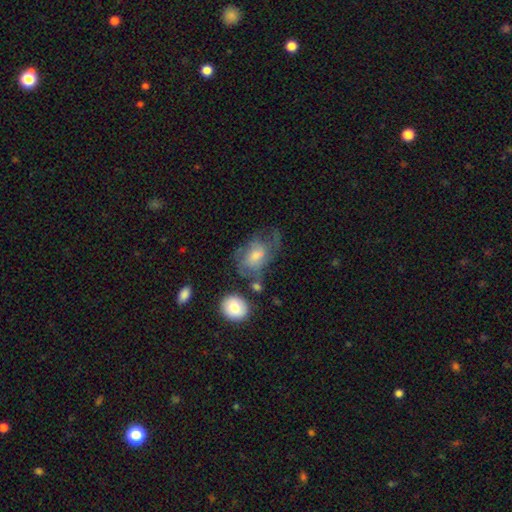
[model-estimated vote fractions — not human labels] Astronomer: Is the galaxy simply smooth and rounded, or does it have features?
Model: featured or disk — 52% (runner-up: smooth, 38%).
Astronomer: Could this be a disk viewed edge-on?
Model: no — 96%.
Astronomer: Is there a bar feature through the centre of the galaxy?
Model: no — 67%.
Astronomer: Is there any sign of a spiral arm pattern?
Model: yes — 66%.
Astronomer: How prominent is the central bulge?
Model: moderate — 47% (runner-up: small, 34%).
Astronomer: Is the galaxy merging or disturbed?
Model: none — 38% (runner-up: major disturbance, 33%).